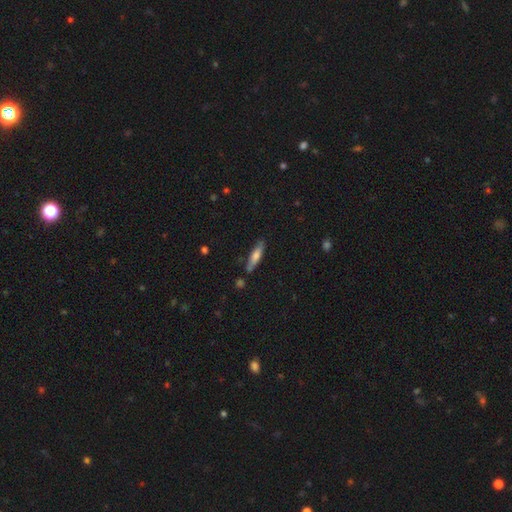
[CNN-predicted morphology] Q: Smooth or featured?
A: smooth (62%); runner-up: featured or disk (31%)
Q: How rounded?
A: cigar-shaped (79%); runner-up: in between (19%)
Q: Merging?
A: none (79%); runner-up: minor disturbance (15%)